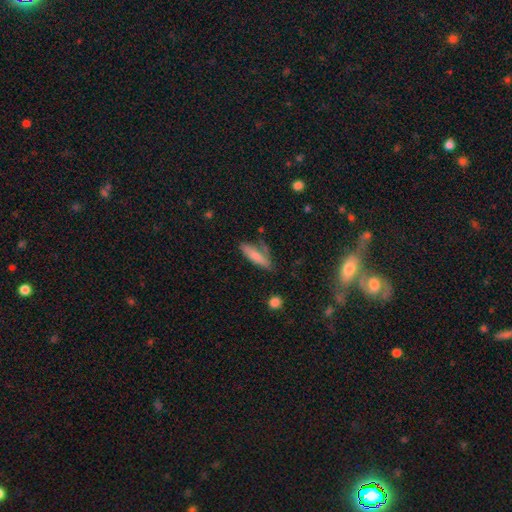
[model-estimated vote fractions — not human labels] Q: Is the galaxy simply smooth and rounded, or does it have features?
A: smooth — 75%.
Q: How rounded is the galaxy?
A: cigar-shaped — 59%.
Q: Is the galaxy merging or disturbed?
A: none — 58%.